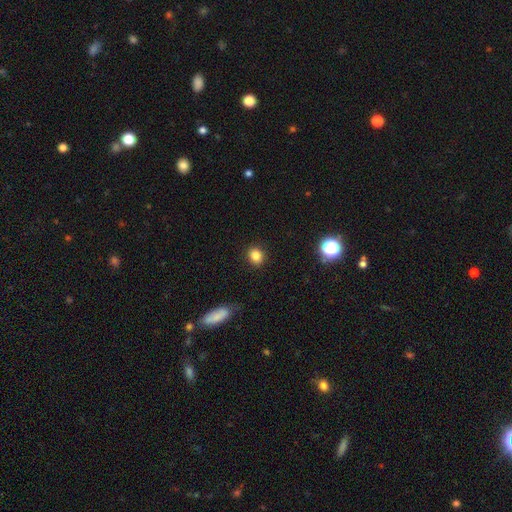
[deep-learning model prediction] Smooth or featured: smooth — 83% (star or artifact — 12%)
How rounded: round — 70% (in between — 29%)
Merging: none — 89% (minor disturbance — 7%)